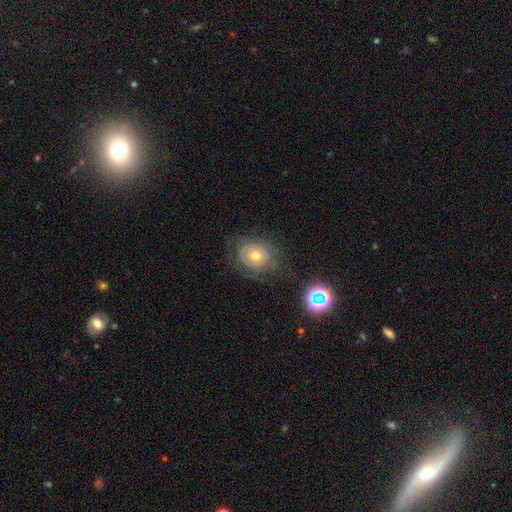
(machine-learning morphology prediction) Smooth or featured: featured or disk — 51% (smooth — 37%)
Edge-on disk: no — 96% (yes — 4%)
Merging: none — 66% (minor disturbance — 19%)